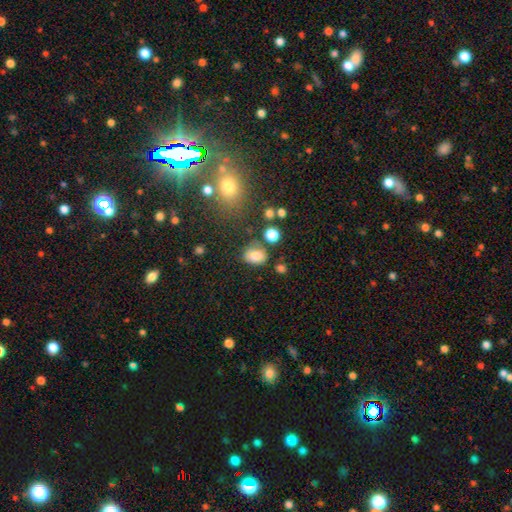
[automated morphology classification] Smooth or featured? smooth (81%)
How rounded? in between (64%)
Merging? none (63%)